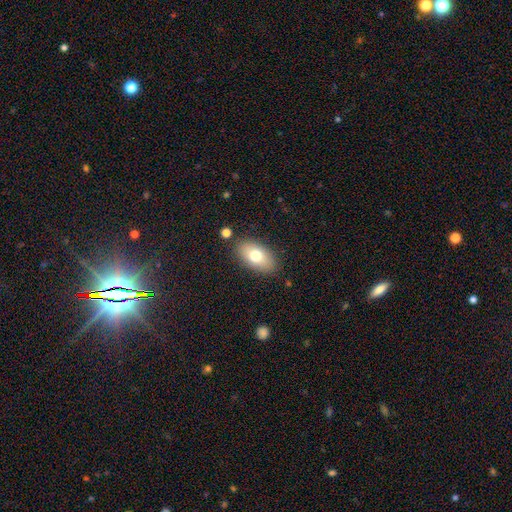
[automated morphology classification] Smooth or featured? smooth (74%)
How rounded? in between (92%)
Merging? none (85%)